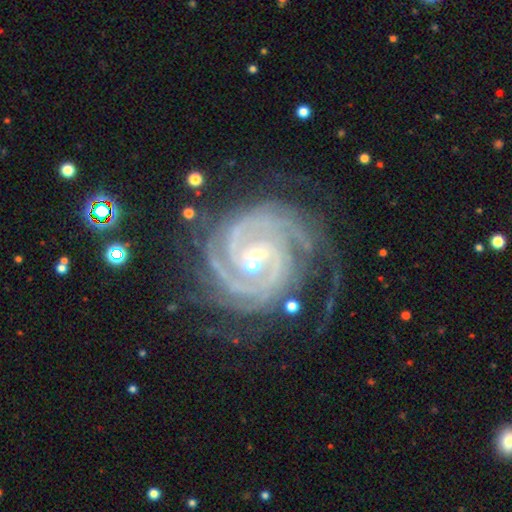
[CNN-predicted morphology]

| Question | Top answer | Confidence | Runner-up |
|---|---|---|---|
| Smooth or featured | featured or disk | 92% | star or artifact (5%) |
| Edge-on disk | no | 98% | yes (2%) |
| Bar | no | 45% | weak (36%) |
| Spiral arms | yes | 99% | no (1%) |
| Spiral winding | tight | 76% | medium (21%) |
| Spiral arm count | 3 | 24% | 4 (22%) |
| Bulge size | small | 76% | moderate (20%) |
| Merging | none | 66% | minor disturbance (19%) |